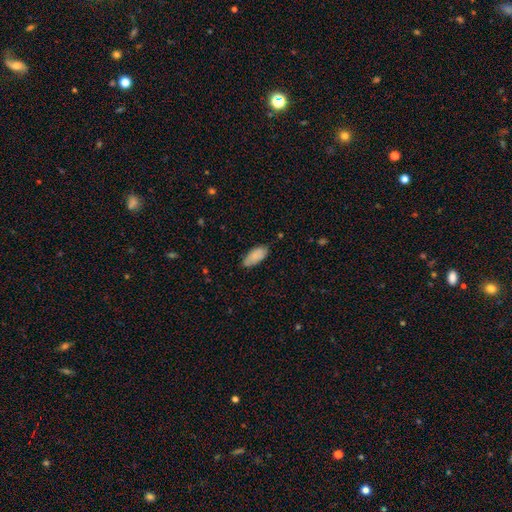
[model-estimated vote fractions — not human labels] Smooth or featured?
  - smooth: 86% *
  - featured or disk: 7%
  - star or artifact: 6%
How rounded?
  - in between: 89% *
  - cigar-shaped: 9%
  - round: 2%
Merging?
  - none: 76% *
  - minor disturbance: 20%
  - major disturbance: 3%
  - merger: 1%